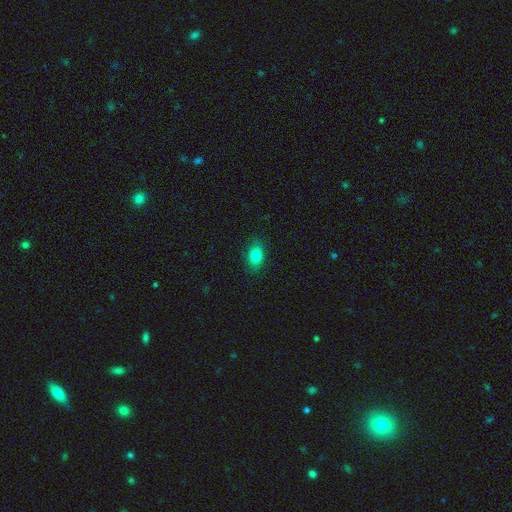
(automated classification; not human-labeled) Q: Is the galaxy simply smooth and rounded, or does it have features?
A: smooth — 82%.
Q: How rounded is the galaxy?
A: in between — 84%.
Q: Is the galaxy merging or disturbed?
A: none — 86%.